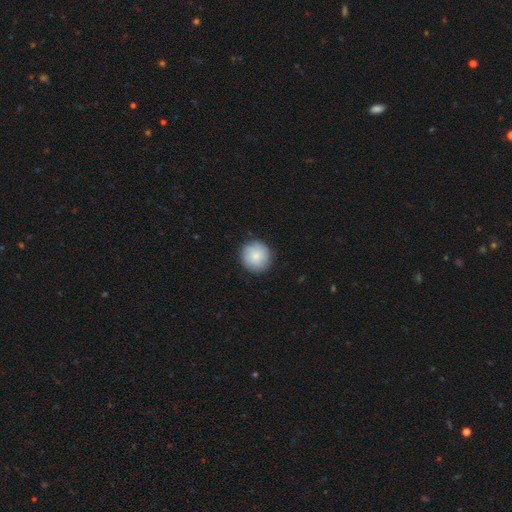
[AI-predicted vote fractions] Smooth or featured? Predicted: smooth (p=0.82). How rounded? Predicted: round (p=0.94). Merging? Predicted: none (p=0.88).